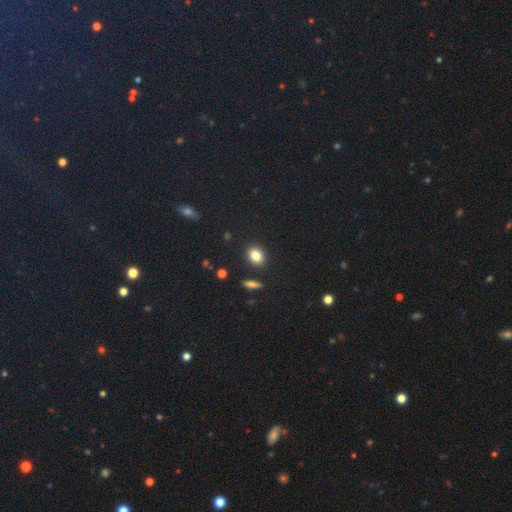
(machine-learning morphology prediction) Q: Smooth or featured?
A: smooth (82%); runner-up: star or artifact (10%)
Q: How rounded?
A: in between (52%); runner-up: round (46%)
Q: Merging?
A: none (87%); runner-up: minor disturbance (8%)